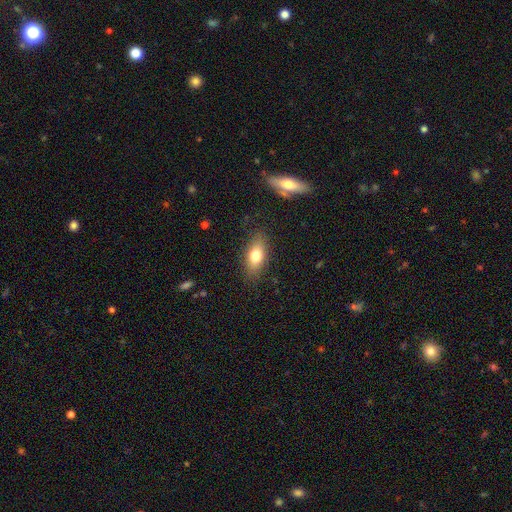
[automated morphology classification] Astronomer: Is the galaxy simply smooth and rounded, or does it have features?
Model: smooth — 72%.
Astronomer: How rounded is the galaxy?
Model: in between — 79%.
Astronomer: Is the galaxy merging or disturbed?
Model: none — 83%.